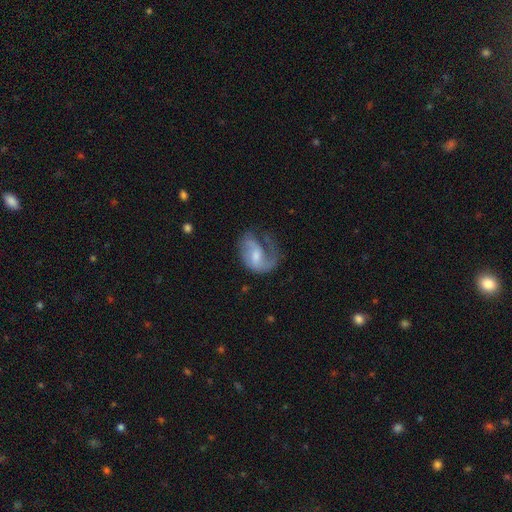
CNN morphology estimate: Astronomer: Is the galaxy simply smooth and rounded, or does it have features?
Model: featured or disk — 70%.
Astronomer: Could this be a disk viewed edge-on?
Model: no — 97%.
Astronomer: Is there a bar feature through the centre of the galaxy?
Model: weak — 49% (runner-up: no, 38%).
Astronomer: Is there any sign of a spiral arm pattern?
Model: yes — 85%.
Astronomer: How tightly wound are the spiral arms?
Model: medium — 42% (runner-up: loose, 39%).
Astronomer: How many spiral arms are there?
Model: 1 — 49% (runner-up: 2, 38%).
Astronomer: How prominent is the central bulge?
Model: moderate — 42% (runner-up: small, 38%).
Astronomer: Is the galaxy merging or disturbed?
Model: major disturbance — 39% (runner-up: none, 36%).